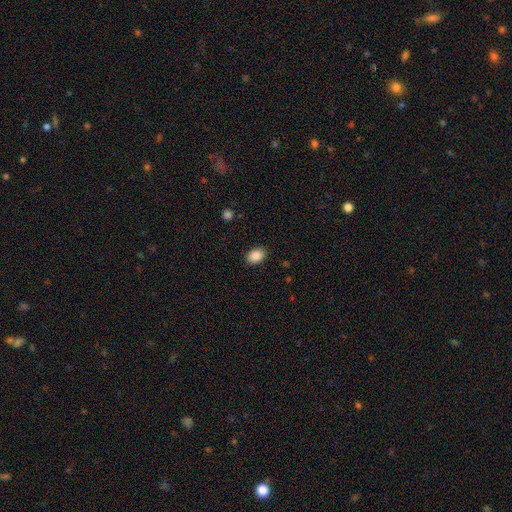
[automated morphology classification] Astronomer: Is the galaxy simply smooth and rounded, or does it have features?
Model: smooth — 89%.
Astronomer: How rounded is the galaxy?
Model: in between — 76%.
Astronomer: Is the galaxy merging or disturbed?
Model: none — 88%.